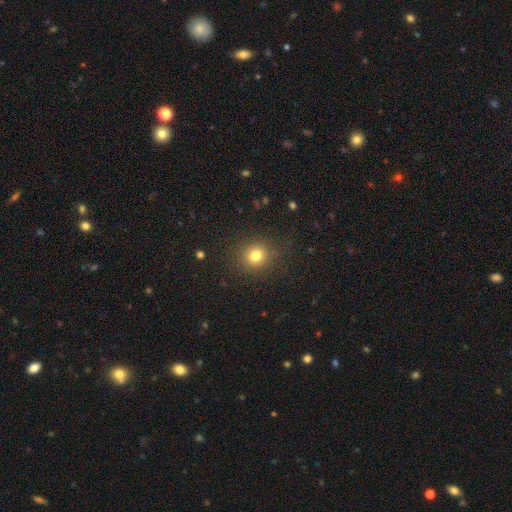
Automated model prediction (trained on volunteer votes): Smooth or featured: smooth — 78% (star or artifact — 15%)
How rounded: round — 84% (in between — 15%)
Merging: none — 88% (minor disturbance — 8%)